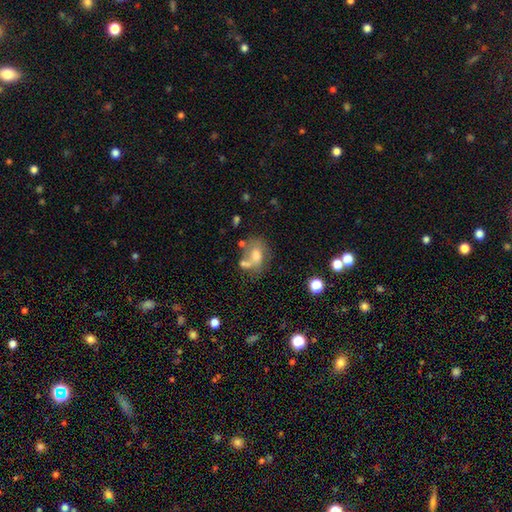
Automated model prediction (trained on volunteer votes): Q: Smooth or featured?
A: smooth (50%); runner-up: featured or disk (34%)
Q: How rounded?
A: in between (64%); runner-up: round (34%)
Q: Merging?
A: none (40%); runner-up: merger (28%)